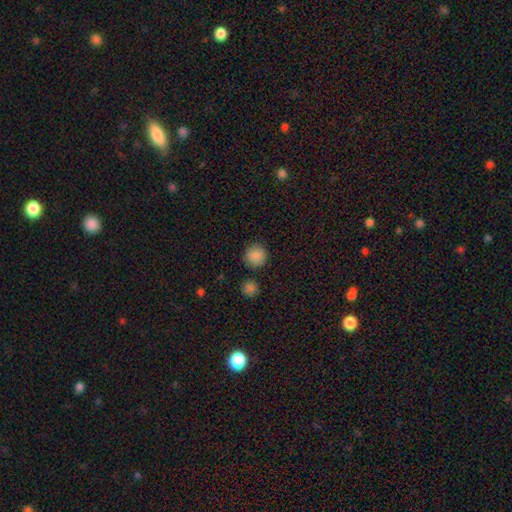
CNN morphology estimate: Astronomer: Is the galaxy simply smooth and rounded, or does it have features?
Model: smooth — 87%.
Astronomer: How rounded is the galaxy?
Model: round — 92%.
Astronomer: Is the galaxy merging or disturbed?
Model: none — 85%.